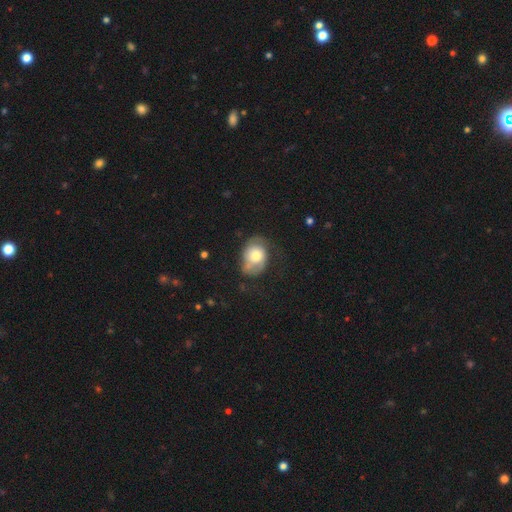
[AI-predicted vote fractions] Morphology: type=smooth (53%); roundness=in between (64%); merging=none (44%).